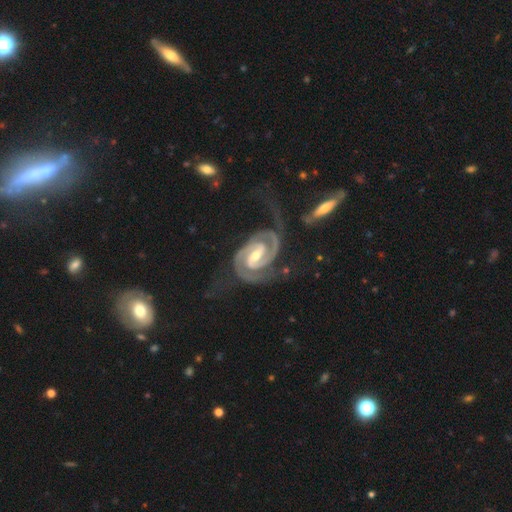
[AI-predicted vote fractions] Q: Smooth or featured?
A: featured or disk (94%); runner-up: star or artifact (3%)
Q: Edge-on disk?
A: no (98%); runner-up: yes (2%)
Q: Bar?
A: strong (46%); runner-up: weak (41%)
Q: Spiral arms?
A: yes (99%); runner-up: no (1%)
Q: Spiral winding?
A: tight (62%); runner-up: medium (32%)
Q: Spiral arm count?
A: 2 (91%); runner-up: 3 (3%)
Q: Bulge size?
A: moderate (56%); runner-up: small (38%)
Q: Merging?
A: none (58%); runner-up: minor disturbance (19%)